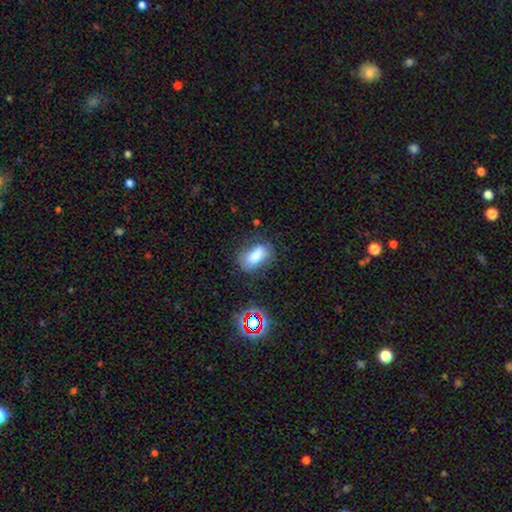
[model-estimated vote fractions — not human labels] smooth-or-featured: smooth: 77% | featured or disk: 12% | star or artifact: 11%
  how-rounded: in between: 89% | round: 7% | cigar-shaped: 4%
  merging: none: 69% | minor disturbance: 21% | major disturbance: 8% | merger: 3%